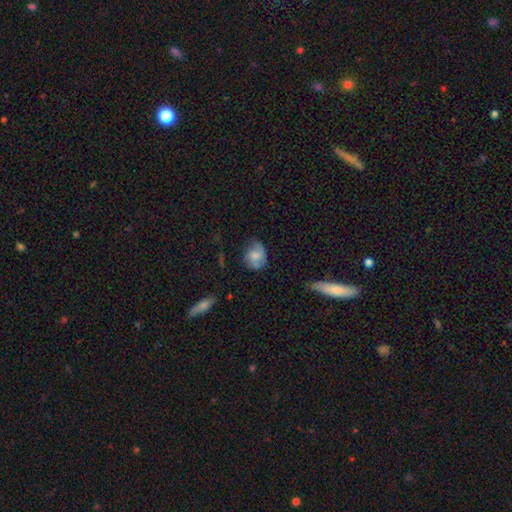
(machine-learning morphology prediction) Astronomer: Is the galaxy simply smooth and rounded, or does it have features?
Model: smooth — 64%.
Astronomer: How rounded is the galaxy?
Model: round — 54% (runner-up: in between, 44%).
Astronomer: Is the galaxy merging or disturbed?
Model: none — 57%.